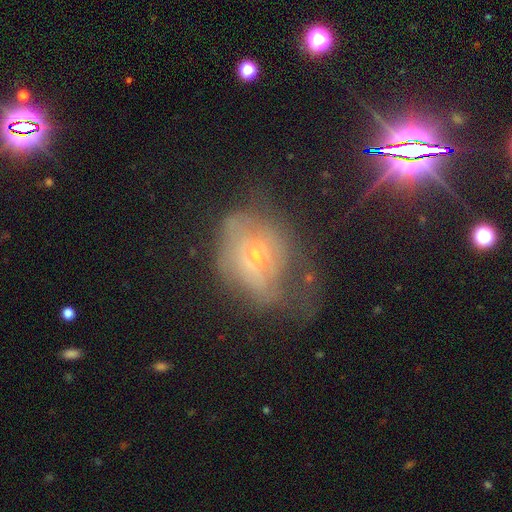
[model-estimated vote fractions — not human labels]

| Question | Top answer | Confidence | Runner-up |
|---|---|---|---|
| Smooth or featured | featured or disk | 49% | smooth (32%) |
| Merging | major disturbance | 37% | none (32%) |